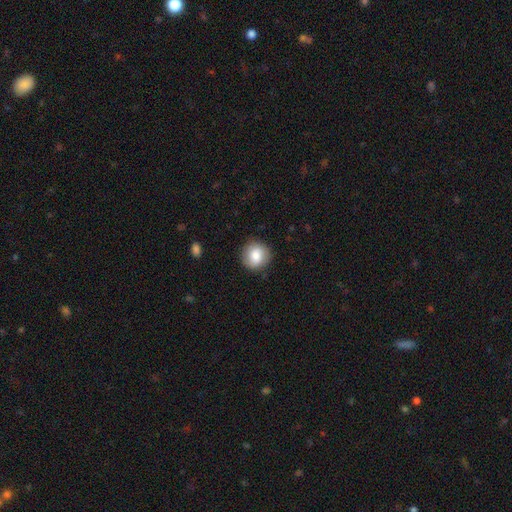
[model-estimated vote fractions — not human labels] Smooth or featured?
  - smooth: 80% *
  - featured or disk: 13%
  - star or artifact: 8%
How rounded?
  - round: 91% *
  - in between: 8%
  - cigar-shaped: 1%
Merging?
  - none: 87% *
  - minor disturbance: 9%
  - major disturbance: 3%
  - merger: 1%